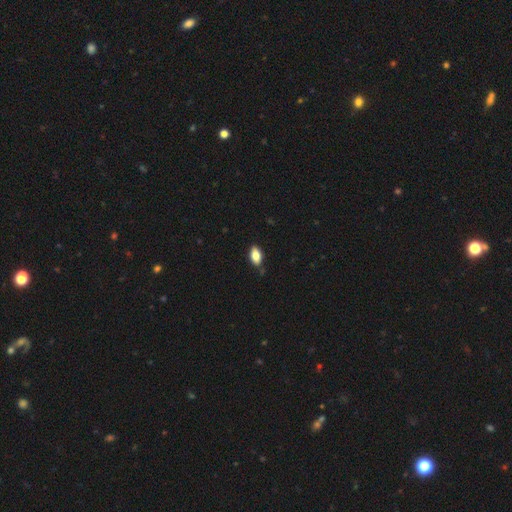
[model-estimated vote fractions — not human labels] Morphology: type=smooth (82%); roundness=in between (91%); merging=none (81%).